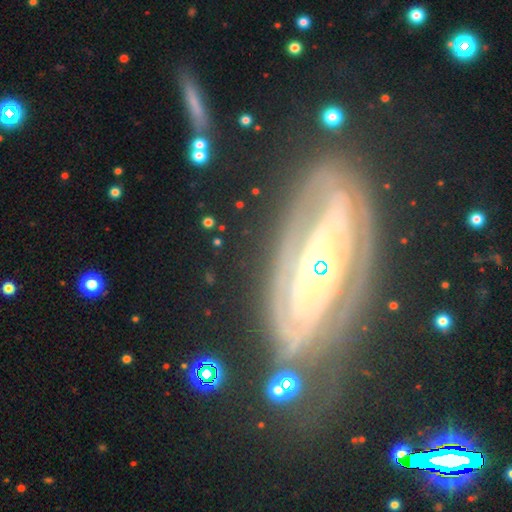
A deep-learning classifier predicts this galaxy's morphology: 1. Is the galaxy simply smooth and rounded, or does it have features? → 83% featured or disk, 9% smooth, 8% star or artifact.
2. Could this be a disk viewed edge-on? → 88% no, 12% yes.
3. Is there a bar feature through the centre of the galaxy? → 60% no, 21% weak, 19% strong.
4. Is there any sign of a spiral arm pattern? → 86% yes, 14% no.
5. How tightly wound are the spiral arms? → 71% tight, 22% medium, 7% loose.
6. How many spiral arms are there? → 38% 2, 30% can't tell, 12% 3, 7% 1, 7% 4, 6% more than 4.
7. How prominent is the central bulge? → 52% small, 27% moderate, 11% large, 6% none, 3% dominant.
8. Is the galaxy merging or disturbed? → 69% none, 18% minor disturbance, 10% major disturbance, 4% merger.